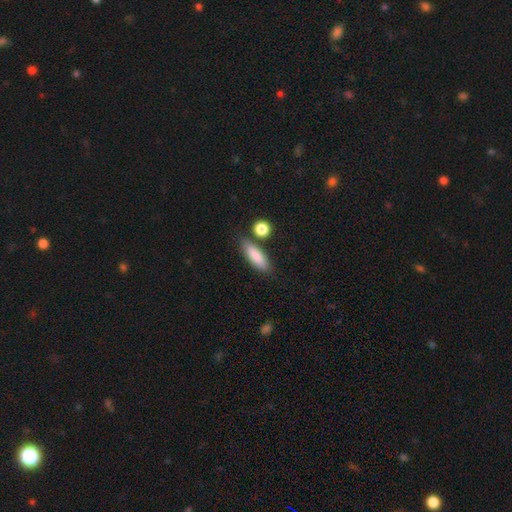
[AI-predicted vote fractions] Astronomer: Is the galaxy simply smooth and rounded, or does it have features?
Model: smooth — 83%.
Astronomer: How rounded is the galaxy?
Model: cigar-shaped — 49% (runner-up: in between, 48%).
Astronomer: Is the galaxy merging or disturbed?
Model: none — 75%.